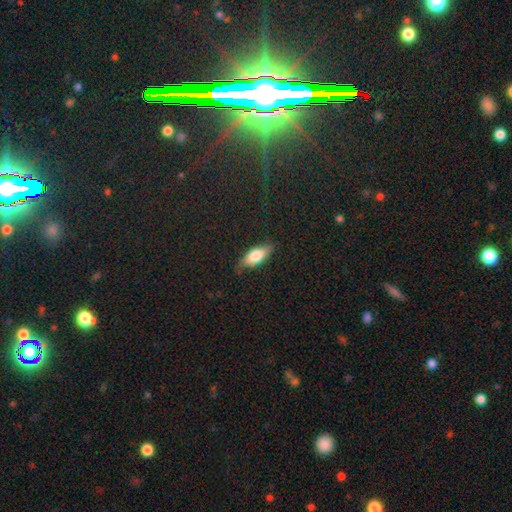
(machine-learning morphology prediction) The model was most divided on "smooth or featured": smooth: 67%, featured or disk: 26%, star or artifact: 7%. More confident: merging — none (78%); how rounded — in between (73%).